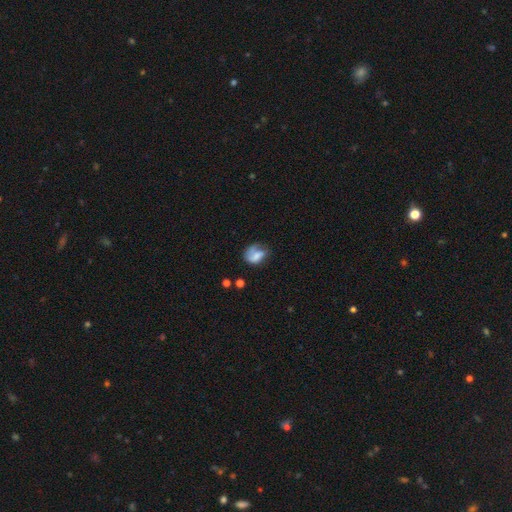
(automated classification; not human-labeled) A smooth galaxy with no disk features (59%) that is in between round and cigar-shaped (68%). Merging: none (35%).